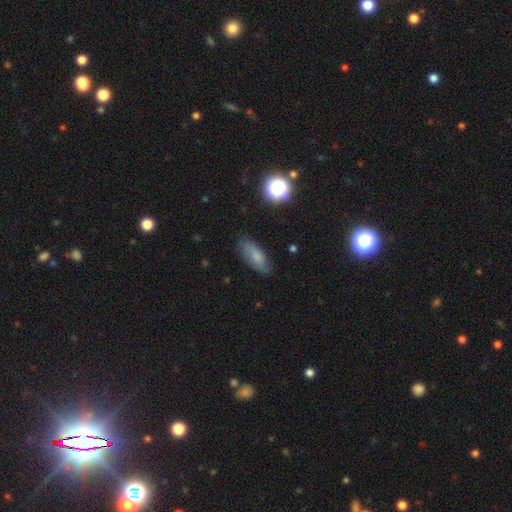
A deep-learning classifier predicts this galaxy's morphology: smooth-or-featured: smooth: 66% | featured or disk: 24% | star or artifact: 10%
  how-rounded: in between: 77% | cigar-shaped: 20% | round: 4%
  merging: none: 73% | minor disturbance: 21% | major disturbance: 5% | merger: 2%